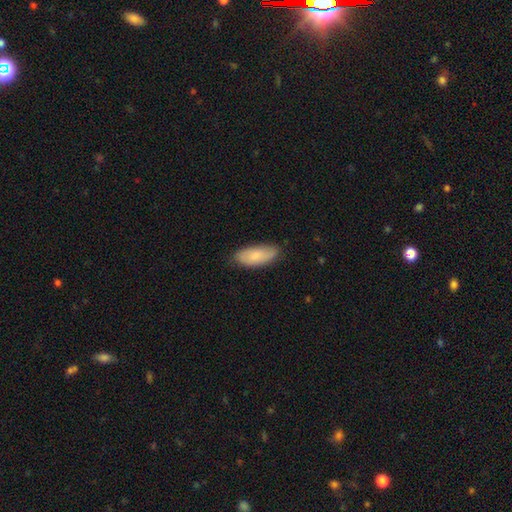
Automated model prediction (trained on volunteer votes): This appears to be a smooth galaxy with no disk features (80%) that is in between round and cigar-shaped (84%). Merging: none (79%).